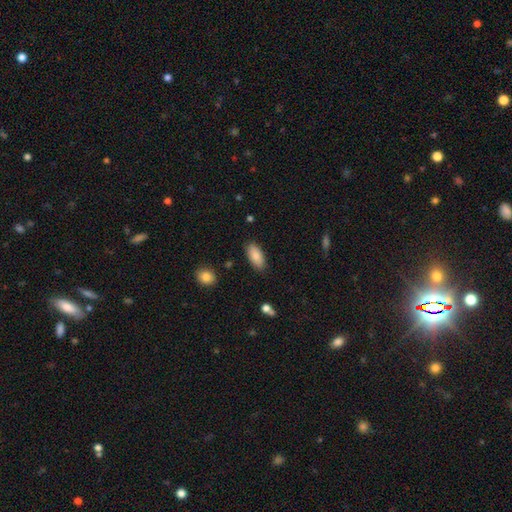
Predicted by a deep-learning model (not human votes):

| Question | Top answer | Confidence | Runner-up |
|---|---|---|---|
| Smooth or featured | smooth | 87% | star or artifact (7%) |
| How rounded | in between | 89% | cigar-shaped (9%) |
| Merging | none | 86% | minor disturbance (10%) |